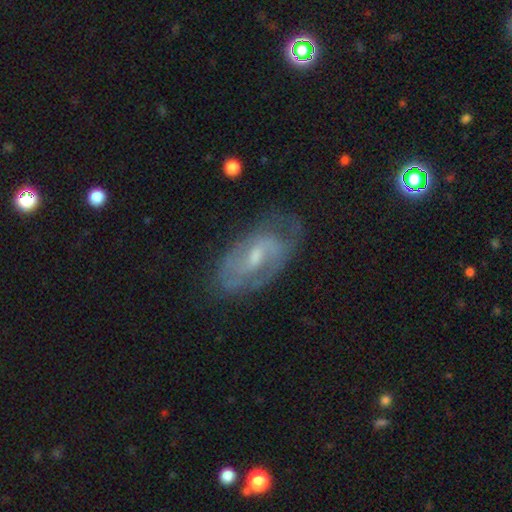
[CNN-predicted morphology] smooth-or-featured: featured or disk: 74% | smooth: 16% | star or artifact: 10%
  disk-edge-on: no: 93% | yes: 7%
    bar: weak: 49% | no: 32% | strong: 18%
    has-spiral-arms: yes: 83% | no: 17%
      spiral-winding: tight: 48% | medium: 37% | loose: 15%
      spiral-arm-count: 2: 50% | can't tell: 35% | 3: 6% | 1: 5% | 4: 3% | more than 4: 2%
    bulge-size: small: 59% | moderate: 34% | none: 4% | large: 2% | dominant: 1%
  merging: none: 74% | minor disturbance: 18% | major disturbance: 7% | merger: 2%